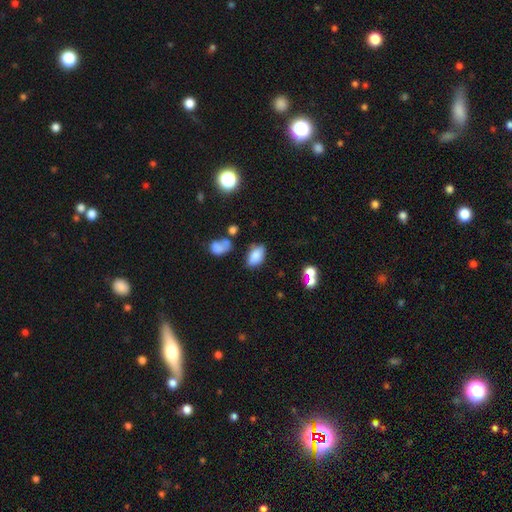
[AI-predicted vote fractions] smooth-or-featured: smooth: 79% | featured or disk: 11% | star or artifact: 10%
  how-rounded: in between: 91% | round: 6% | cigar-shaped: 2%
  merging: none: 65% | minor disturbance: 21% | merger: 8% | major disturbance: 6%